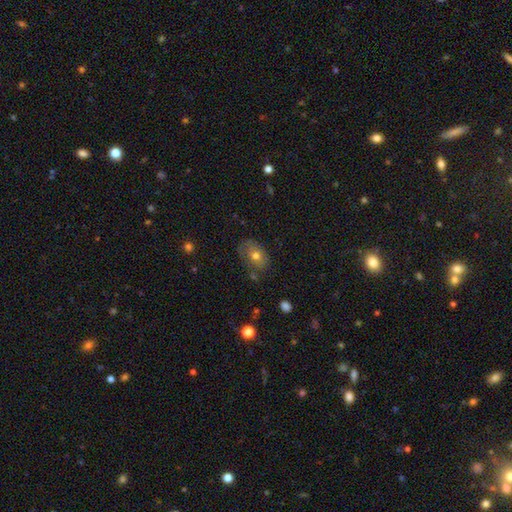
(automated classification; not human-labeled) Smooth or featured? Predicted: smooth (p=0.68). How rounded? Predicted: in between (p=0.79). Merging? Predicted: none (p=0.65).